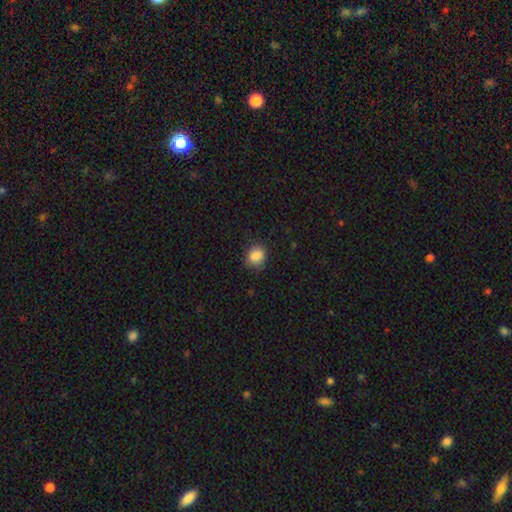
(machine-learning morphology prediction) This is clearly a smooth galaxy (86%). How rounded: likely round (61%). Merging: likely none (78%).